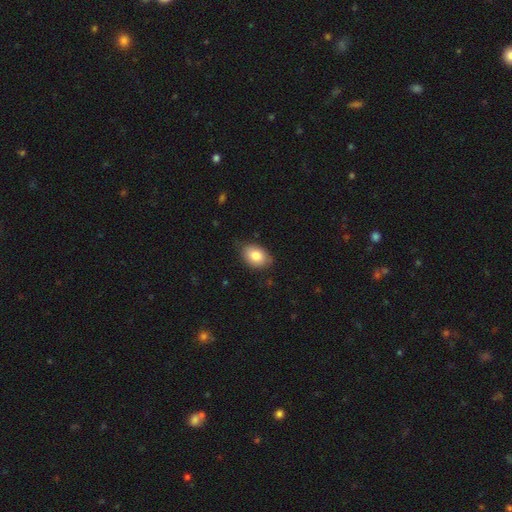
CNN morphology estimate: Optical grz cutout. It shows a smooth galaxy with no disk features (81%) that is in between round and cigar-shaped (82%). Merging: none (78%).